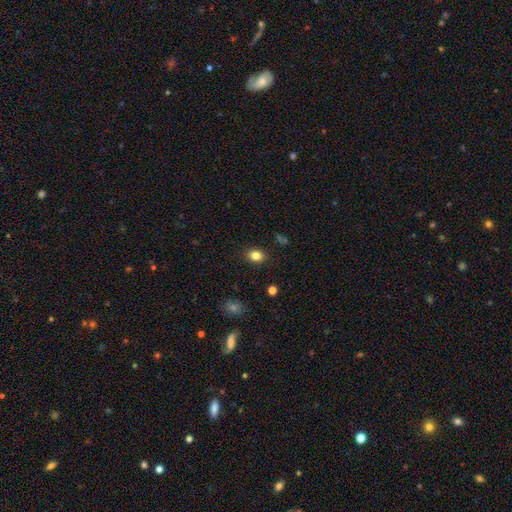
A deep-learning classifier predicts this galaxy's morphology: smooth 83%, star or artifact 11%, featured or disk 6%. Down the decision tree: how rounded — in between (61%); merging — none (87%).